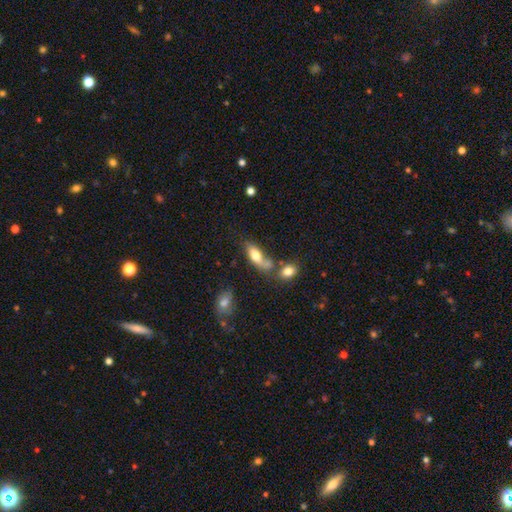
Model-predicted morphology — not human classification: Smooth or featured? smooth (72%)
How rounded? in between (76%)
Merging? none (40%)